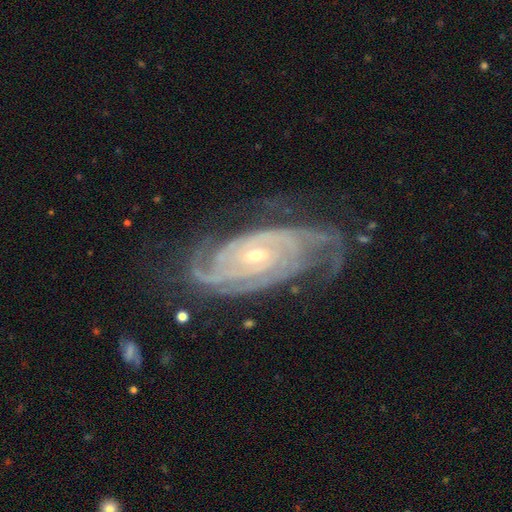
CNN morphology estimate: This is clearly a featured or disk galaxy (91%). It is clearly not viewed edge-on (96%). Bar: likely no (61%). Spiral arm pattern: clearly yes (98%). Spiral arm count: marginally 3 (26%). Spiral winding: likely tight (77%). Central bulge: likely small (69%). Merging: likely none (68%).